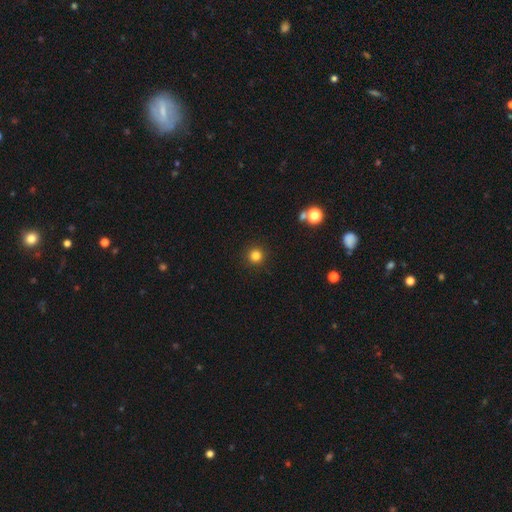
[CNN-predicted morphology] Q: Smooth or featured?
A: smooth (83%); runner-up: star or artifact (13%)
Q: How rounded?
A: round (95%); runner-up: in between (4%)
Q: Merging?
A: none (92%); runner-up: minor disturbance (5%)